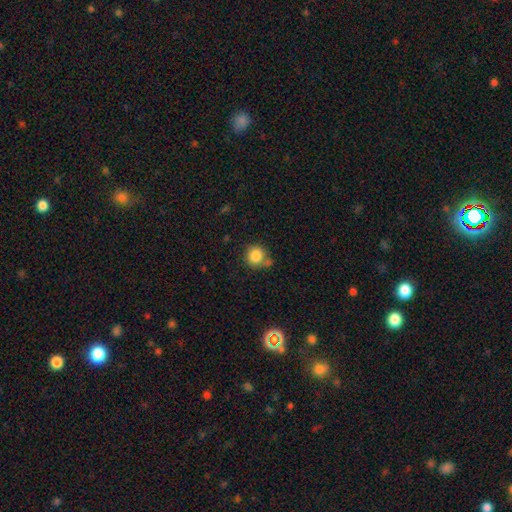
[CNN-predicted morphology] type=smooth (84%); roundness=round (89%); merging=none (65%).